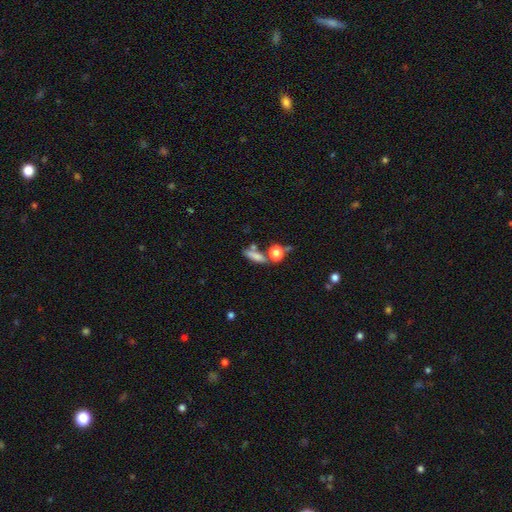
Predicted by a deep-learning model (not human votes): smooth_or_featured: smooth (p=0.74) [alt: featured or disk p=0.15]
how_rounded: cigar-shaped (p=0.45) [alt: in between p=0.41]
merging: none (p=0.54) [alt: merger p=0.23]